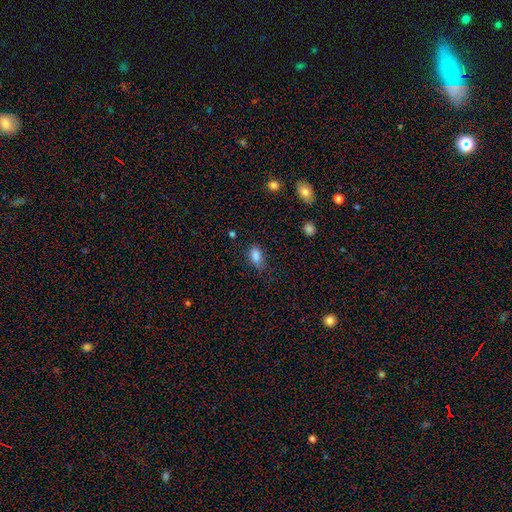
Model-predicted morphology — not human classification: A smooth galaxy with no disk features (84%) that is in between round and cigar-shaped (86%). Merging: none (63%).